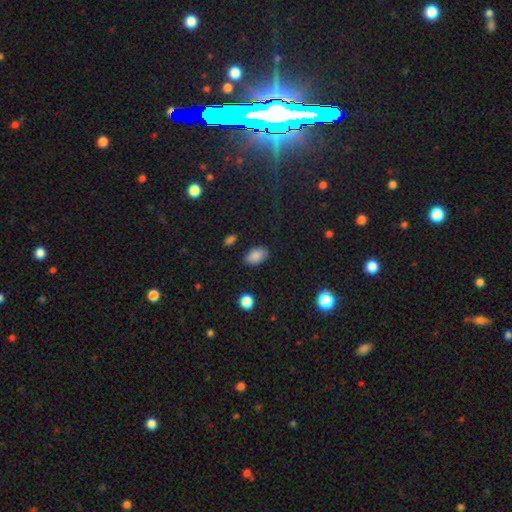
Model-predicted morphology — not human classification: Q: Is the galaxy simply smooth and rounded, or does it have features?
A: smooth — 86%.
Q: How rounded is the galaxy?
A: in between — 91%.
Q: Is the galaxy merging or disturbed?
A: none — 84%.